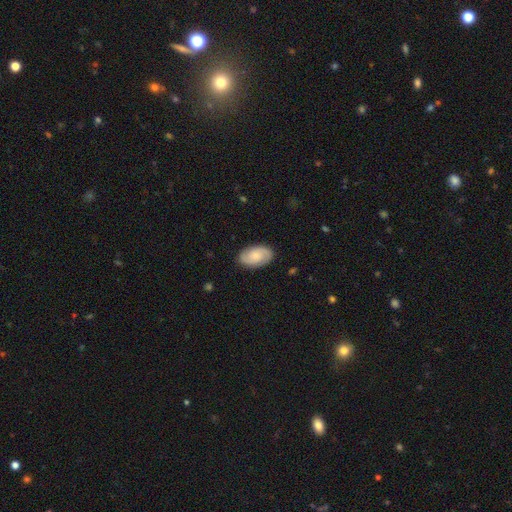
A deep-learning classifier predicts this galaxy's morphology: Overall: featured or disk (55%; smooth 38%). Edge-on disk: no (96%). Bar: no (70%). Spiral arms: yes (92%). Bulge size: small (53%; moderate 31%). Merging: none (86%).